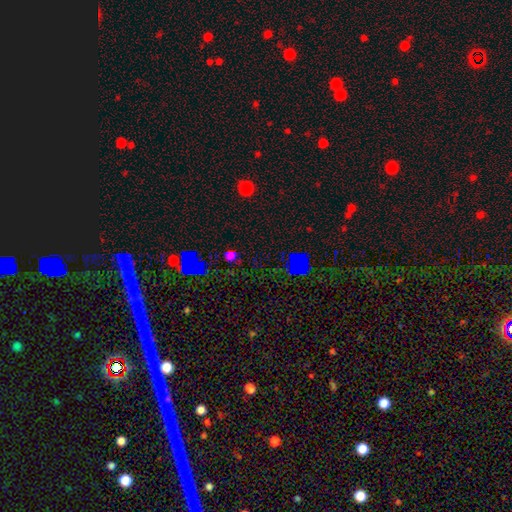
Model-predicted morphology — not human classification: The model was most divided on "smooth or featured": star or artifact: 58%, smooth: 31%, featured or disk: 11%.